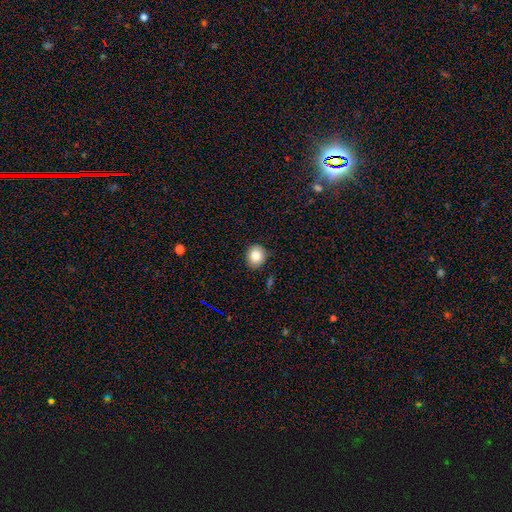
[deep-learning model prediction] Smooth or featured? Predicted: smooth (p=0.84). How rounded? Predicted: round (p=0.77). Merging? Predicted: none (p=0.89).